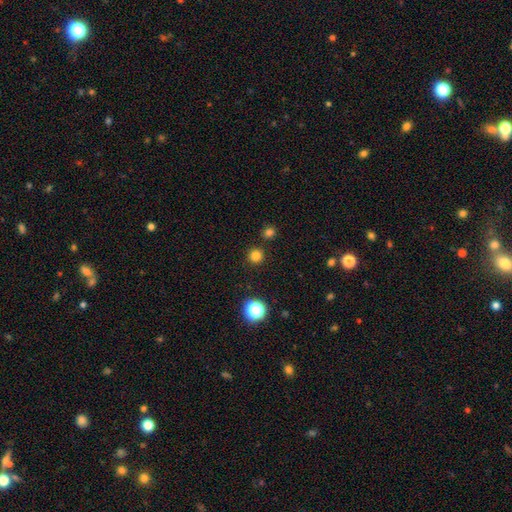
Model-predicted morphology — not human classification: Smooth or featured: smooth — 80% (star or artifact — 16%)
How rounded: round — 95% (in between — 5%)
Merging: none — 88% (minor disturbance — 5%)